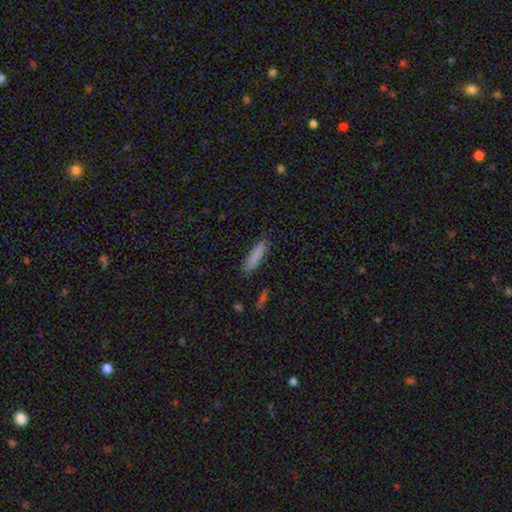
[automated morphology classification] Q: Smooth or featured?
A: smooth (86%); runner-up: featured or disk (7%)
Q: How rounded?
A: cigar-shaped (80%); runner-up: in between (18%)
Q: Merging?
A: none (86%); runner-up: minor disturbance (10%)